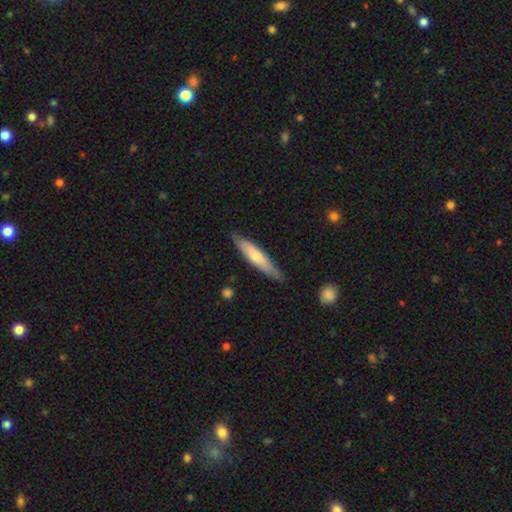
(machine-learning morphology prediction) smooth_or_featured: smooth (p=0.55) [alt: featured or disk p=0.40]
how_rounded: cigar-shaped (p=0.83) [alt: in between p=0.15]
merging: none (p=0.82) [alt: minor disturbance p=0.14]